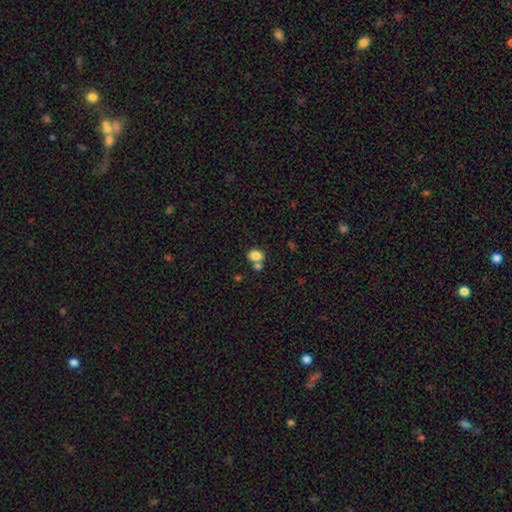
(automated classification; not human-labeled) Smooth or featured: smooth — 83% (star or artifact — 10%)
How rounded: in between — 52% (round — 47%)
Merging: none — 50% (merger — 35%)